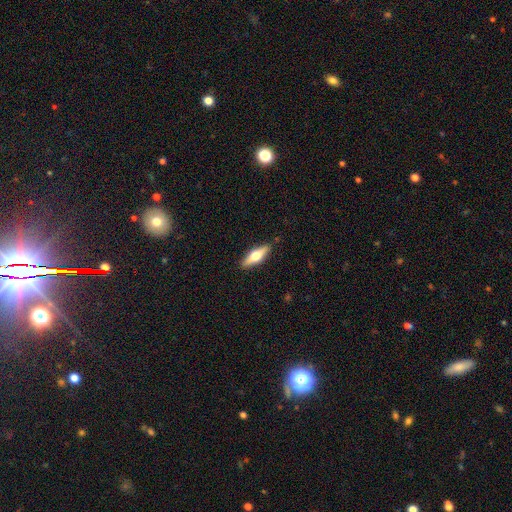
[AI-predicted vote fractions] Q: Smooth or featured?
A: featured or disk (48%); runner-up: smooth (46%)
Q: Merging?
A: none (88%); runner-up: minor disturbance (9%)